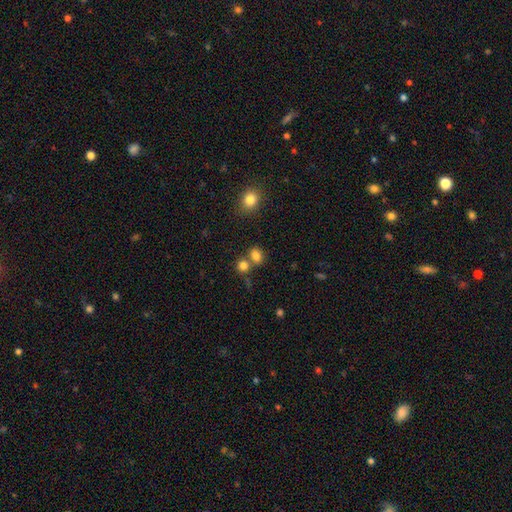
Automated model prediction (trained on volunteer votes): The model was most divided on "how rounded": in between: 56%, round: 43%, cigar-shaped: 1%. More confident: smooth or featured — smooth (81%); merging — none (56%).